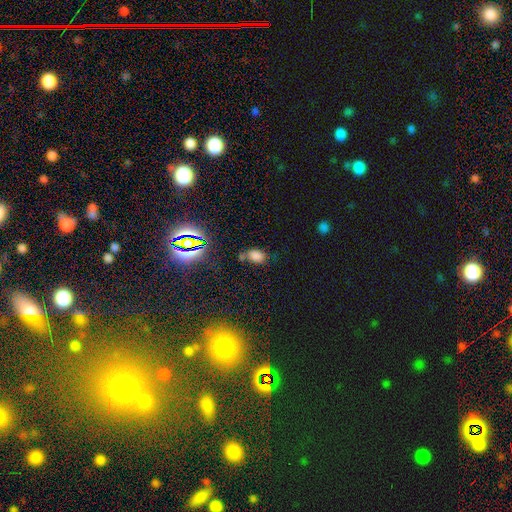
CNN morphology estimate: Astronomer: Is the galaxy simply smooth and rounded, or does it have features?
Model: smooth — 70%.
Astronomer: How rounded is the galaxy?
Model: in between — 83%.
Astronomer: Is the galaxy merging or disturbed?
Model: none — 55%.